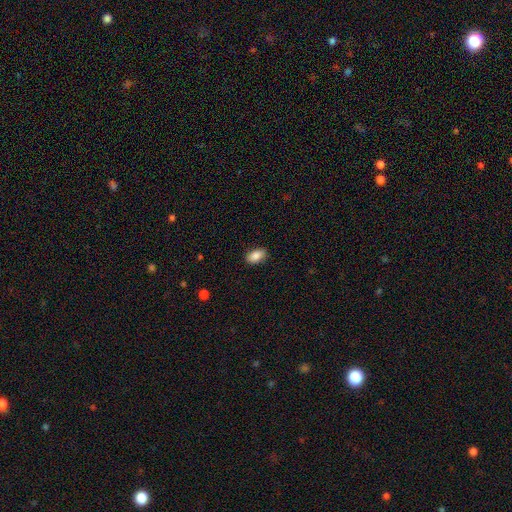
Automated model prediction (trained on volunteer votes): A smooth galaxy with no disk features (86%) that is in between round and cigar-shaped (91%). Merging: none (87%).